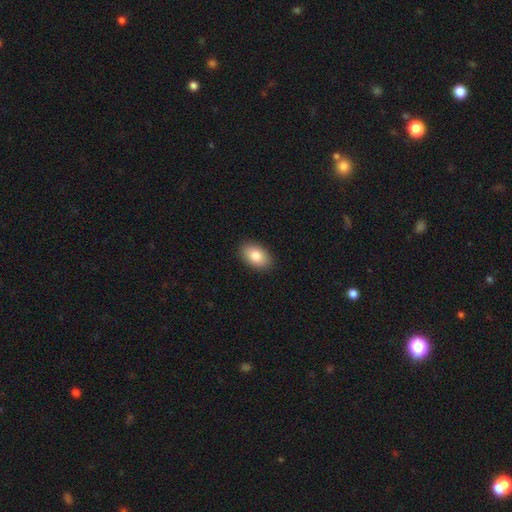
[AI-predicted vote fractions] smooth-or-featured: smooth: 84% | featured or disk: 9% | star or artifact: 7%
  how-rounded: in between: 91% | round: 7% | cigar-shaped: 1%
  merging: none: 90% | minor disturbance: 8% | major disturbance: 2% | merger: 1%